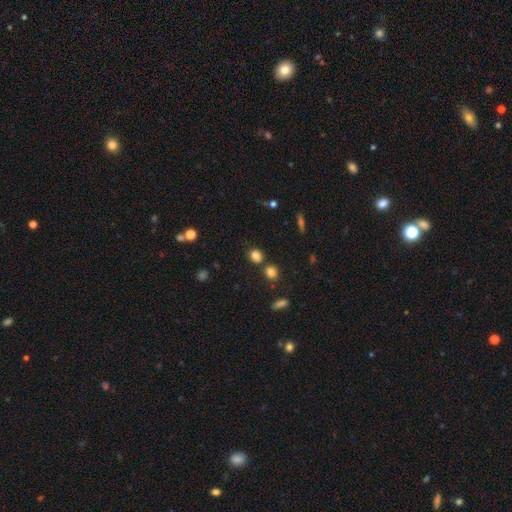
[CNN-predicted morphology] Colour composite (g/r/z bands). It shows a smooth galaxy with no disk features (82%) that is round (71%). Merging: none (72%).